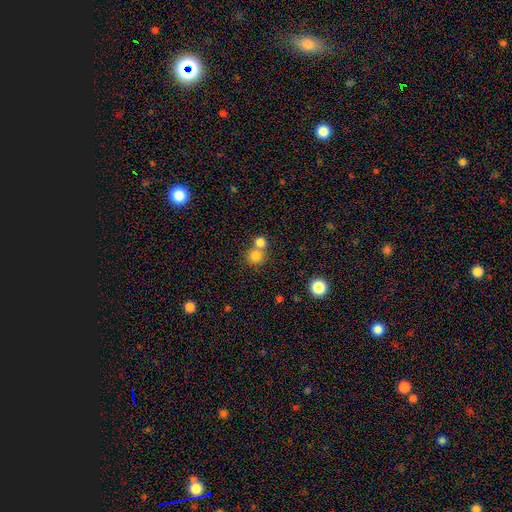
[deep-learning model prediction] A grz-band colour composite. It shows a smooth galaxy with no disk features (79%) that is round (89%). Merging: none (50%).